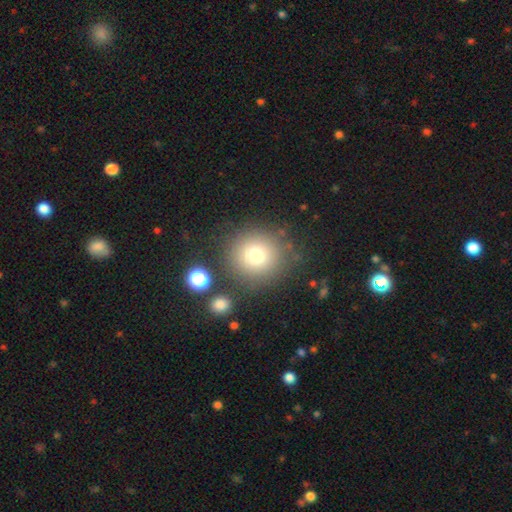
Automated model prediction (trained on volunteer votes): Smooth or featured? Predicted: smooth (p=0.76). How rounded? Predicted: round (p=0.93). Merging? Predicted: none (p=0.82).